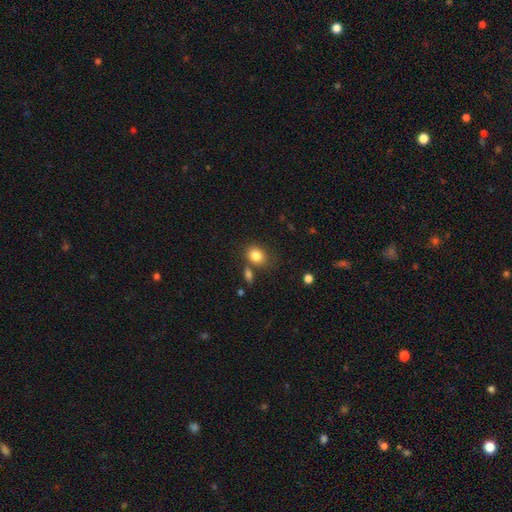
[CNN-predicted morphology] smooth-or-featured: smooth: 83% | star or artifact: 10% | featured or disk: 7%
  how-rounded: in between: 50% | round: 48% | cigar-shaped: 1%
  merging: none: 67% | minor disturbance: 14% | merger: 13% | major disturbance: 5%